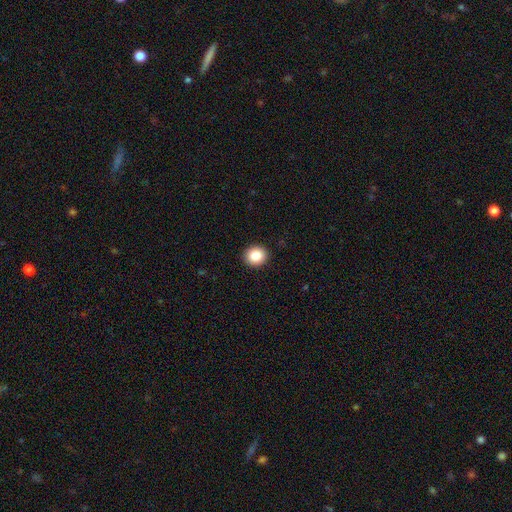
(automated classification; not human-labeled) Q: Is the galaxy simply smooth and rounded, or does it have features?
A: smooth — 86%.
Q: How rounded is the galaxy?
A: round — 82%.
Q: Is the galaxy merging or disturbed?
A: none — 92%.